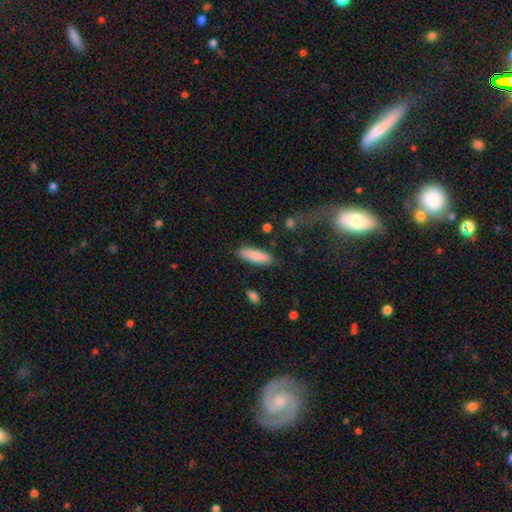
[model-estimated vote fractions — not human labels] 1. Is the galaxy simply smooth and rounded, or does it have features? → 87% smooth, 7% featured or disk, 6% star or artifact.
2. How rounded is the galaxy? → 58% cigar-shaped, 41% in between, 2% round.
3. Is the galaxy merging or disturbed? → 85% none, 10% minor disturbance, 3% major disturbance, 2% merger.